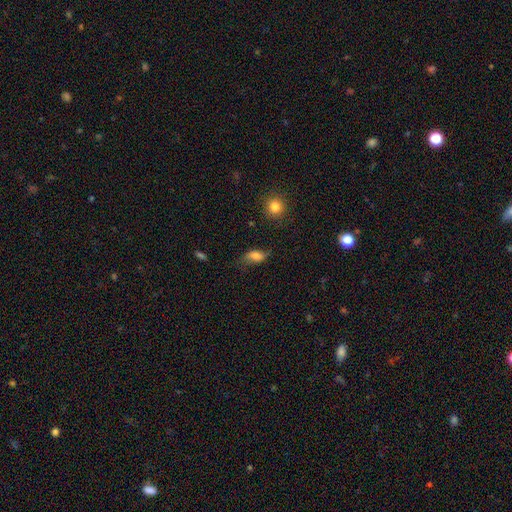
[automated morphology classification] type=smooth (65%); roundness=in between (83%); merging=none (58%).